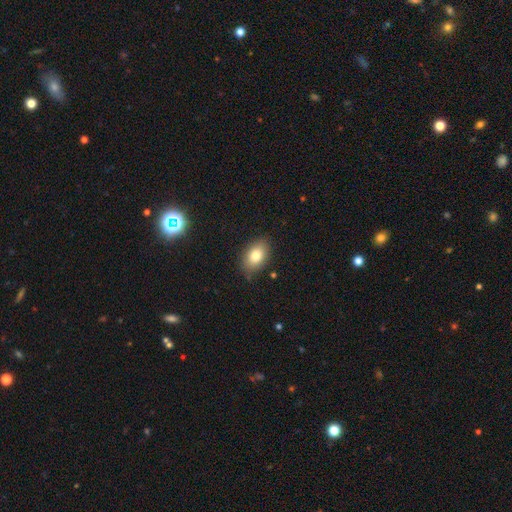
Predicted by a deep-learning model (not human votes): This is likely a smooth galaxy (80%). How rounded: clearly in between (87%). Merging: clearly none (82%).